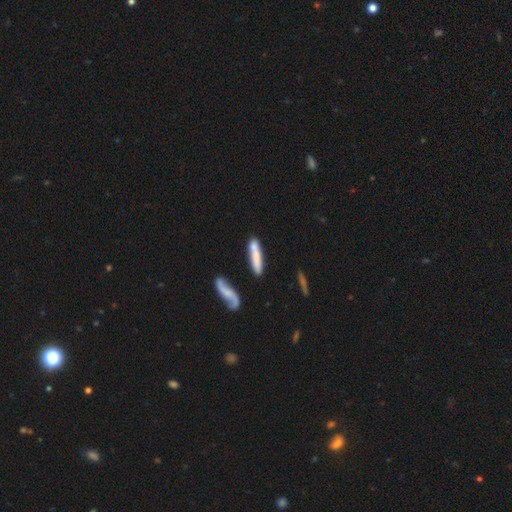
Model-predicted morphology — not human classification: Smooth or featured?
  - smooth: 66% *
  - featured or disk: 27%
  - star or artifact: 7%
How rounded?
  - cigar-shaped: 86% *
  - in between: 12%
  - round: 2%
Merging?
  - none: 61% *
  - minor disturbance: 18%
  - merger: 17%
  - major disturbance: 5%